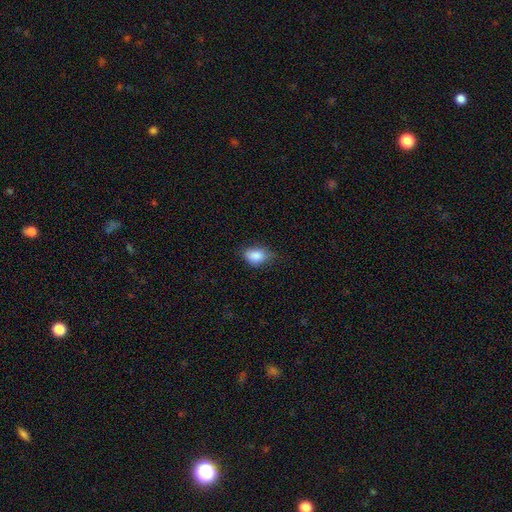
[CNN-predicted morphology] This is clearly a smooth galaxy (87%). How rounded: clearly in between (85%). Merging: likely none (65%).